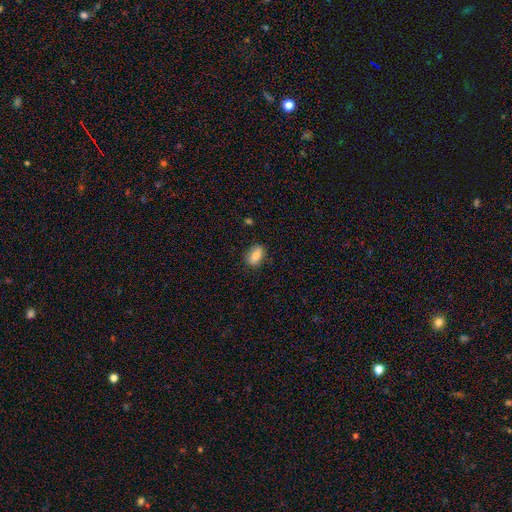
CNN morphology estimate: This is clearly a smooth galaxy (80%). How rounded: clearly in between (84%). Merging: likely none (80%).